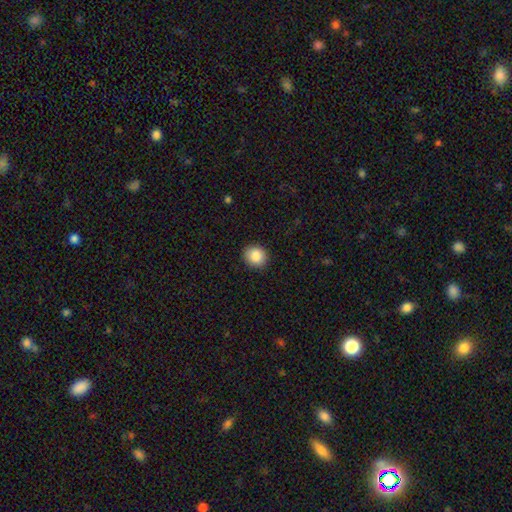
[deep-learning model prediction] Smooth or featured: smooth — 86% (star or artifact — 8%)
How rounded: round — 74% (in between — 26%)
Merging: none — 90% (minor disturbance — 7%)